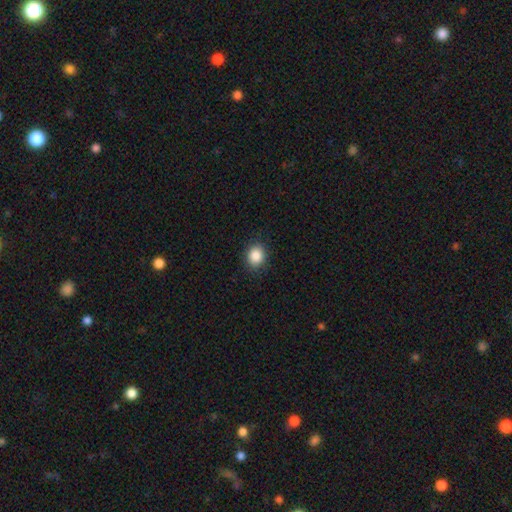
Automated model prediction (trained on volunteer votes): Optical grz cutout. It shows a smooth galaxy with no disk features (87%) that is round (67%). Merging: none (89%).